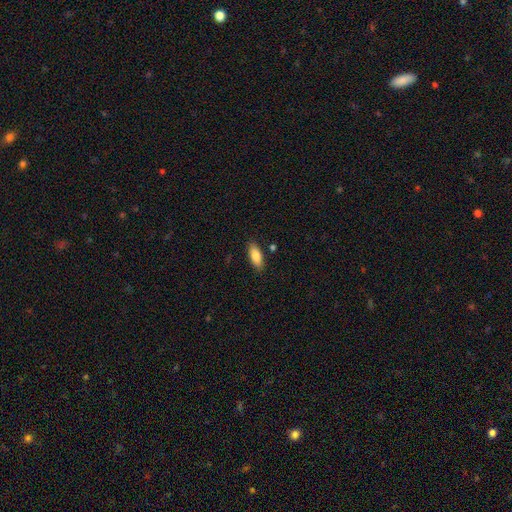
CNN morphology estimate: Smooth or featured? smooth (84%)
How rounded? in between (80%)
Merging? none (86%)